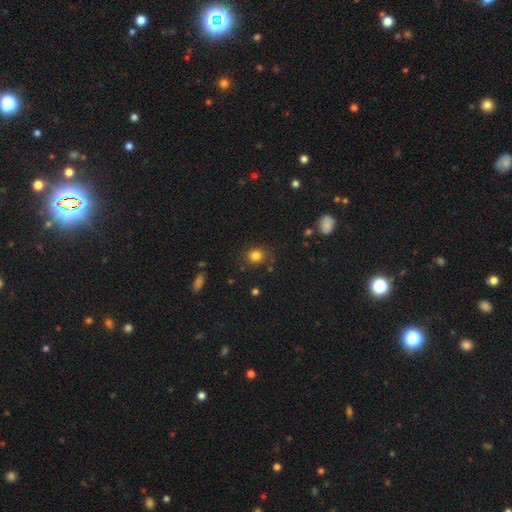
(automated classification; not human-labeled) A smooth galaxy with no disk features (82%) that is round (75%). Merging: none (80%).